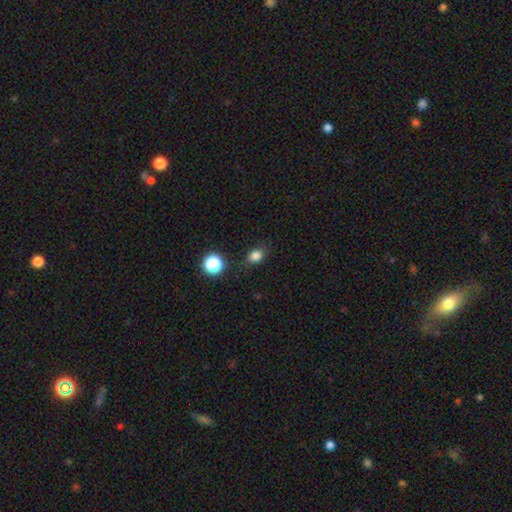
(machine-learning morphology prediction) A smooth galaxy with no disk features (82%) that is in between round and cigar-shaped (57%).

Vote fractions:
- Smooth or featured? smooth: 82% / star or artifact: 13% / featured or disk: 5%
- How rounded? in between: 57% / round: 42% / cigar-shaped: 1%
- Merging? none: 80% / minor disturbance: 14% / major disturbance: 4% / merger: 2%